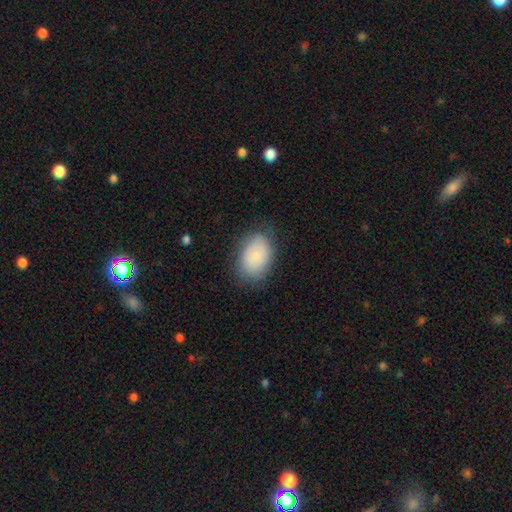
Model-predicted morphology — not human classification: This appears to be a smooth galaxy with no disk features (79%) that is in between round and cigar-shaped (84%). Merging: none (78%).